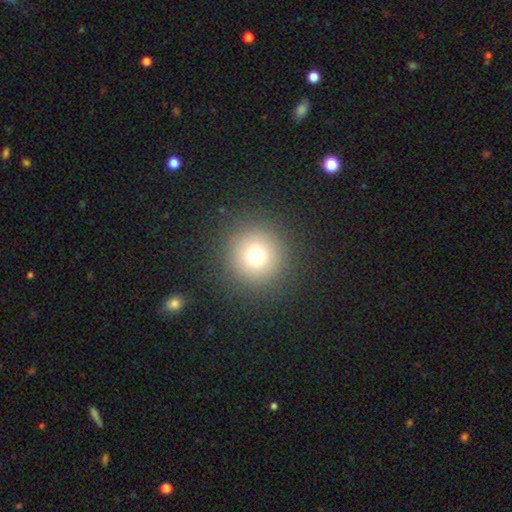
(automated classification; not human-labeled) smooth-or-featured: smooth: 71% | star or artifact: 20% | featured or disk: 10%
  how-rounded: round: 96% | in between: 3% | cigar-shaped: 1%
  merging: none: 90% | minor disturbance: 5% | major disturbance: 4% | merger: 1%